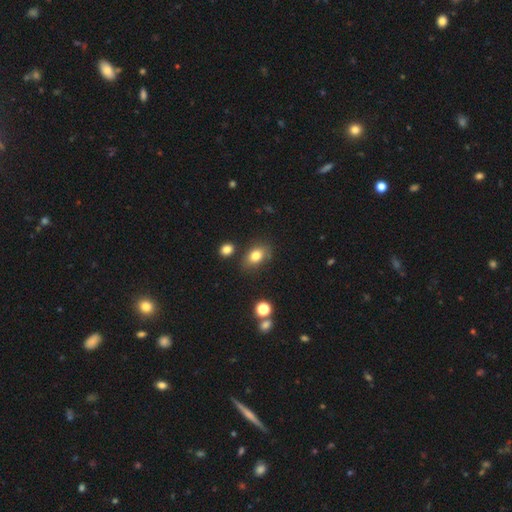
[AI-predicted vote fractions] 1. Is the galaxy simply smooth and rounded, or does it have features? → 80% smooth, 10% star or artifact, 10% featured or disk.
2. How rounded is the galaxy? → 74% in between, 24% round, 2% cigar-shaped.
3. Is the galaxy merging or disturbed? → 76% none, 14% minor disturbance, 5% merger, 4% major disturbance.